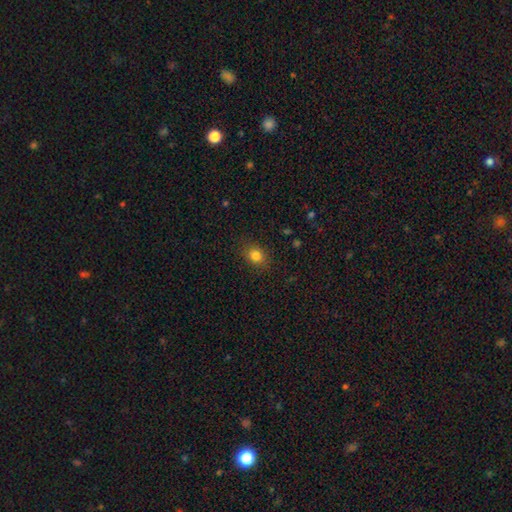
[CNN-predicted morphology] Smooth or featured?
  - smooth: 81% *
  - star or artifact: 12%
  - featured or disk: 6%
How rounded?
  - round: 50% *
  - in between: 48%
  - cigar-shaped: 1%
Merging?
  - none: 86% *
  - minor disturbance: 10%
  - major disturbance: 3%
  - merger: 1%